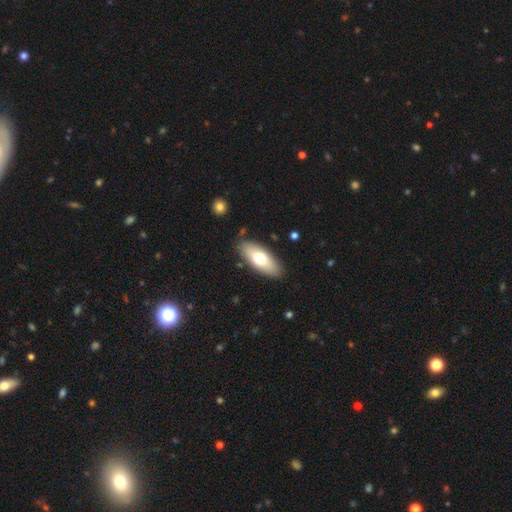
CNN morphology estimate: smooth 68%, featured or disk 26%, star or artifact 6%. Down the decision tree: how rounded — in between (79%); merging — none (87%).